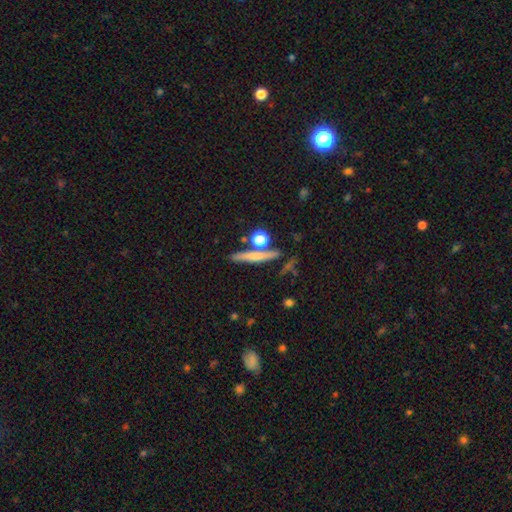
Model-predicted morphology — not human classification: smooth_or_featured: smooth (p=0.57) [alt: featured or disk p=0.33]
how_rounded: cigar-shaped (p=0.78) [alt: round p=0.13]
merging: none (p=0.76) [alt: merger p=0.12]